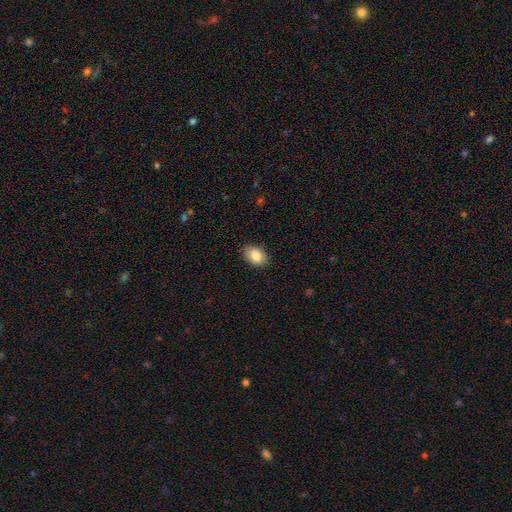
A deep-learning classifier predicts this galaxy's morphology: A smooth galaxy with no disk features (85%) that is in between round and cigar-shaped (84%). Merging: none (87%).